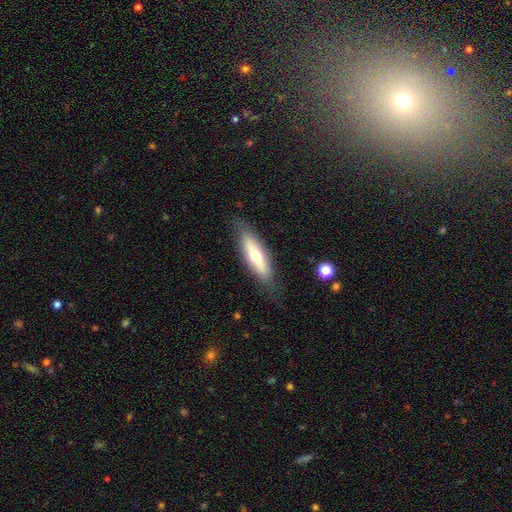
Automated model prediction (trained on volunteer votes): smooth_or_featured: smooth (p=0.54) [alt: featured or disk p=0.40]
how_rounded: cigar-shaped (p=0.55) [alt: in between p=0.43]
merging: none (p=0.78) [alt: minor disturbance p=0.15]